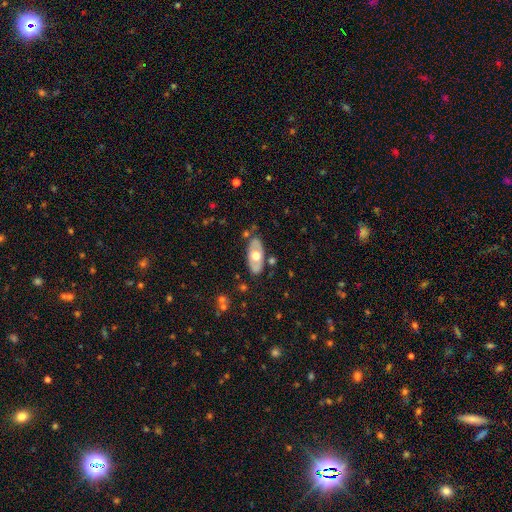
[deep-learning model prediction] smooth-or-featured: featured or disk: 48% | smooth: 47% | star or artifact: 5%
  merging: none: 78% | minor disturbance: 15% | major disturbance: 4% | merger: 4%